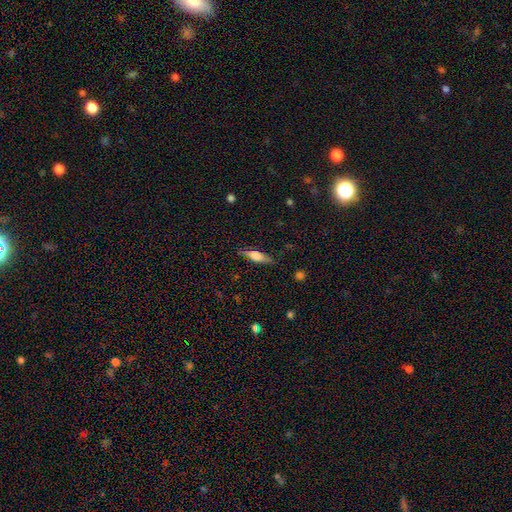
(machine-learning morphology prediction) Smooth or featured: smooth — 58% (featured or disk — 35%)
How rounded: cigar-shaped — 52% (in between — 45%)
Merging: none — 83% (minor disturbance — 12%)